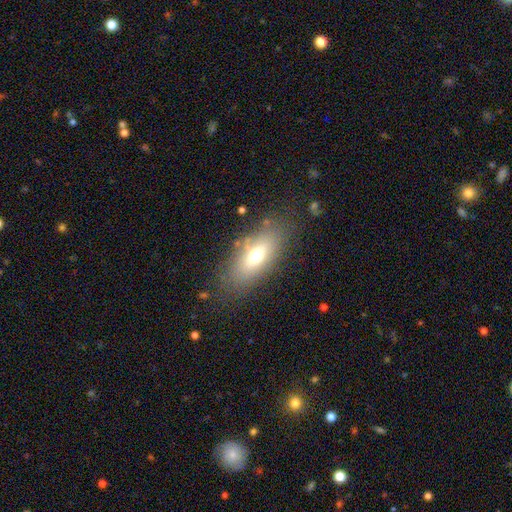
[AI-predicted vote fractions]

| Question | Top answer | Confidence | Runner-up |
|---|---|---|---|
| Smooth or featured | smooth | 64% | featured or disk (25%) |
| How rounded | in between | 81% | cigar-shaped (14%) |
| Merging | none | 77% | minor disturbance (13%) |